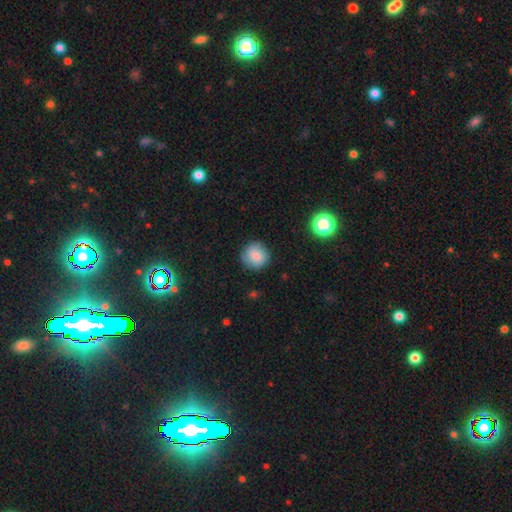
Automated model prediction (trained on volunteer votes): A smooth galaxy with no disk features (78%) that is round (92%).

Vote fractions:
- Smooth or featured? smooth: 78% / featured or disk: 12% / star or artifact: 10%
- How rounded? round: 92% / in between: 7% / cigar-shaped: 1%
- Merging? none: 83% / minor disturbance: 13% / major disturbance: 3% / merger: 1%